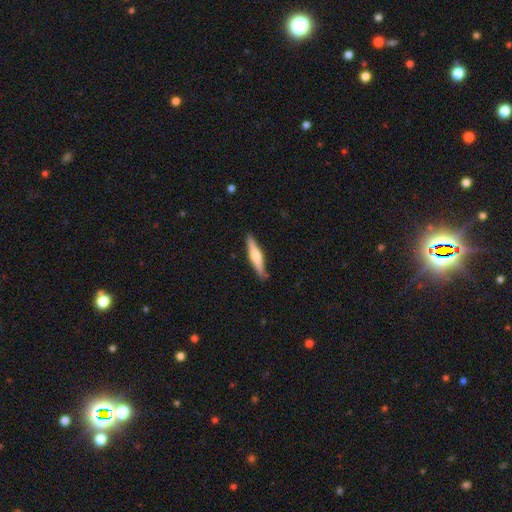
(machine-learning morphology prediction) Smooth or featured: featured or disk — 55% (smooth — 40%)
Edge-on disk: yes — 96% (no — 4%)
Edge-on bulge: rounded — 82% (boxy — 11%)
Merging: none — 86% (minor disturbance — 10%)